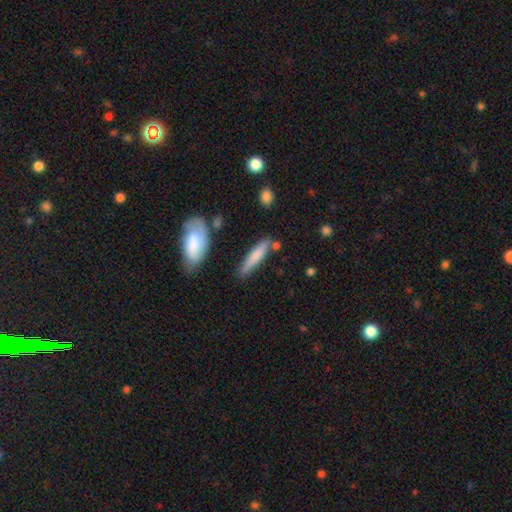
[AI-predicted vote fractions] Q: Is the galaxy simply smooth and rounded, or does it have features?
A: smooth — 73%.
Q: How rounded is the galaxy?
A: cigar-shaped — 83%.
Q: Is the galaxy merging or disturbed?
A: none — 75%.